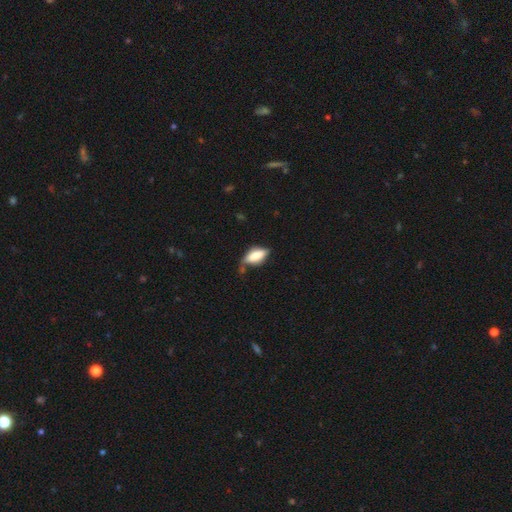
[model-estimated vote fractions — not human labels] smooth 73%, featured or disk 20%, star or artifact 8%. Down the decision tree: how rounded — in between (80%); merging — none (46%).